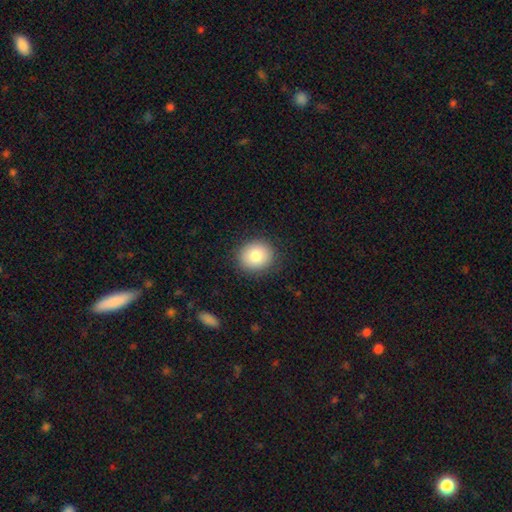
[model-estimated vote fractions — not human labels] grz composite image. It shows a smooth galaxy with no disk features (83%) that is round (78%). Merging: none (87%).